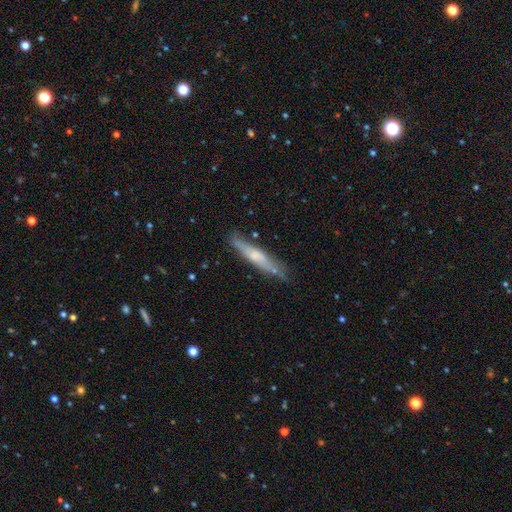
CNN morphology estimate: A featured or disk galaxy (49%). Merging: none (76%).